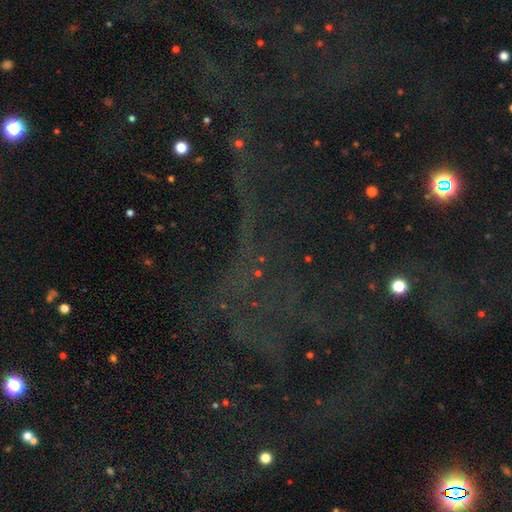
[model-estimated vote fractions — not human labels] Smooth or featured? star or artifact (76%)